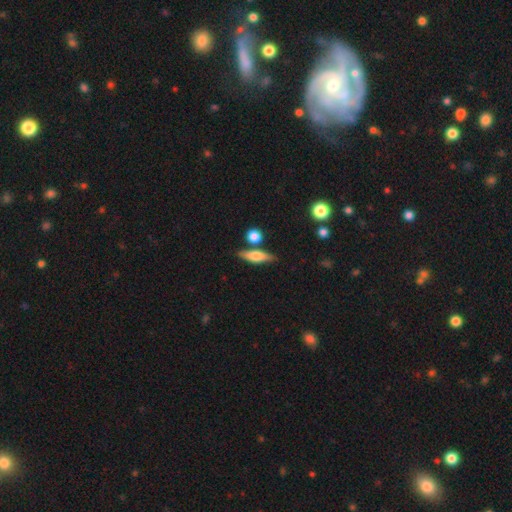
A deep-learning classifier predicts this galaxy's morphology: smooth 53%, featured or disk 39%, star or artifact 7%. Down the decision tree: how rounded — cigar-shaped (56%); merging — none (76%).